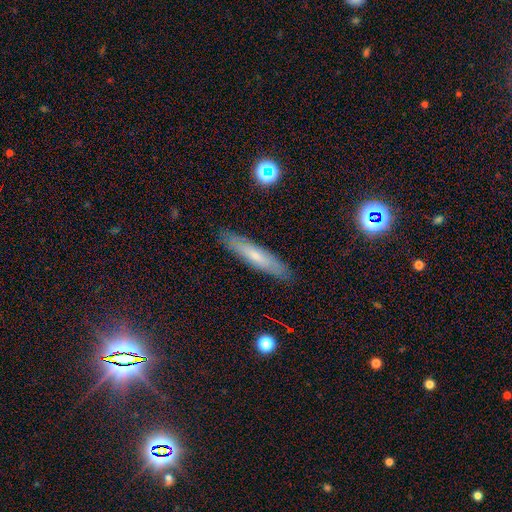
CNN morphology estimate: This appears to be a smooth galaxy with no disk features (47%). Merging: none (87%).